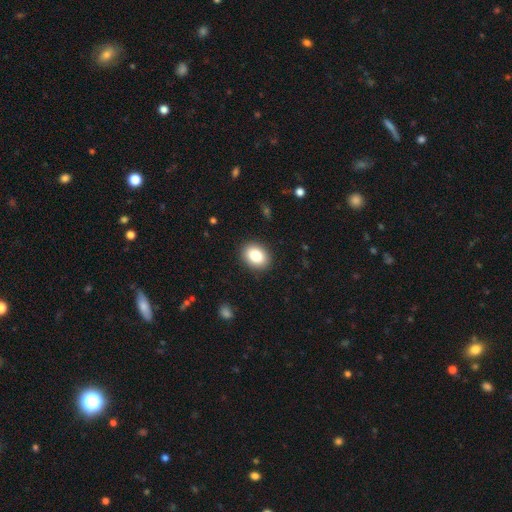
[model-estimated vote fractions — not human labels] This appears to be a smooth galaxy with no disk features (85%) that is in between round and cigar-shaped (65%). Merging: none (90%).